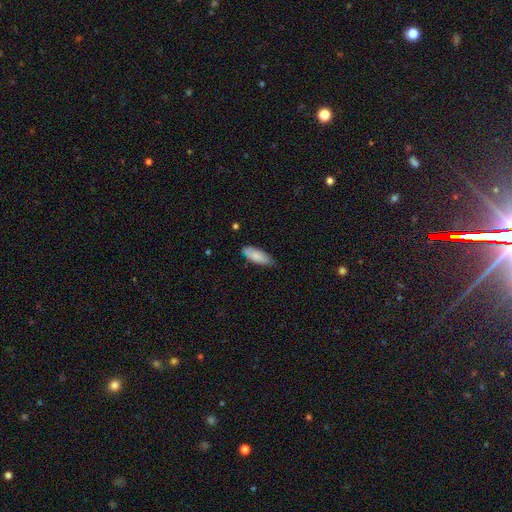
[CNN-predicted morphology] smooth 84%, featured or disk 10%, star or artifact 6%. Down the decision tree: how rounded — in between (75%); merging — none (72%).